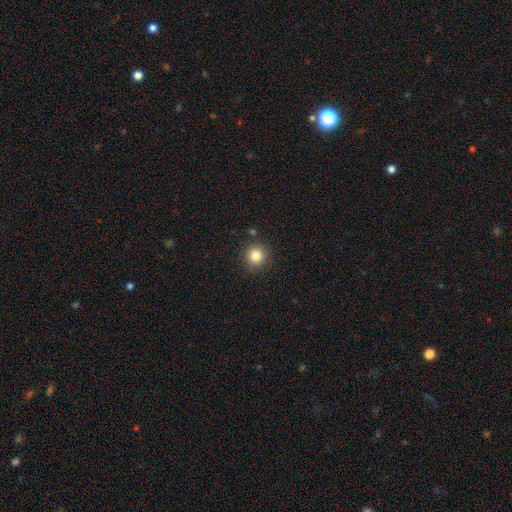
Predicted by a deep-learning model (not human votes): This appears to be a smooth galaxy with no disk features (84%) that is round (92%). Merging: none (88%).